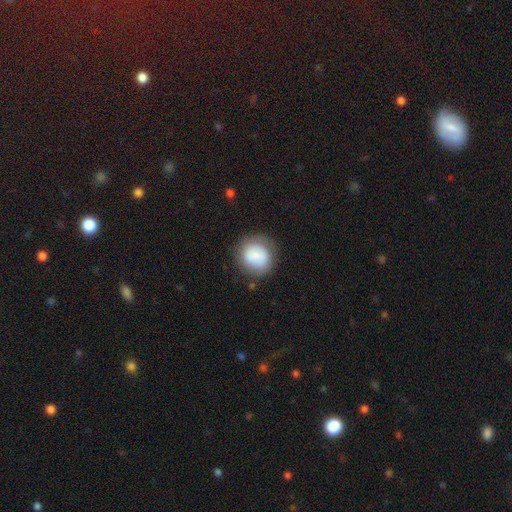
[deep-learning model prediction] This appears to be a smooth galaxy with no disk features (79%) that is round (85%). Merging: none (74%).